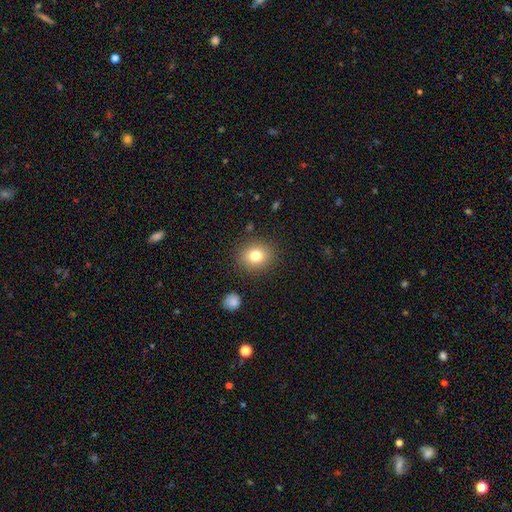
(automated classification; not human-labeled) Smooth or featured: smooth — 79% (star or artifact — 11%)
How rounded: round — 72% (in between — 28%)
Merging: none — 87% (minor disturbance — 8%)